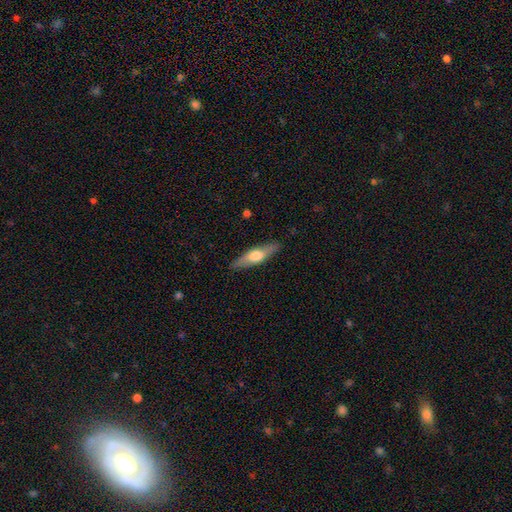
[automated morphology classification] Overall: smooth (49%; featured or disk 45%). Merging: none (87%).